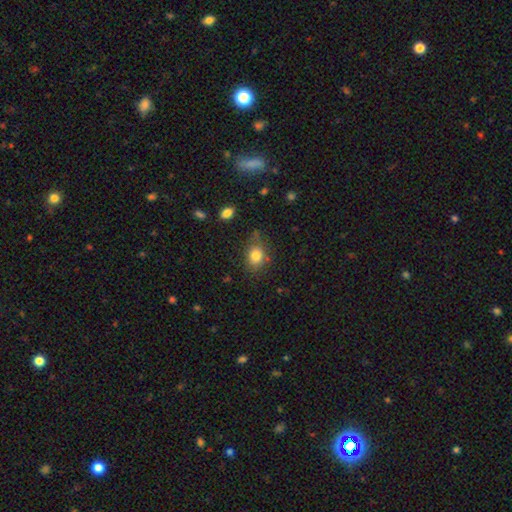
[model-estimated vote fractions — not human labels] This is clearly a smooth galaxy (81%). How rounded: possibly in between (52%). Merging: likely none (68%).